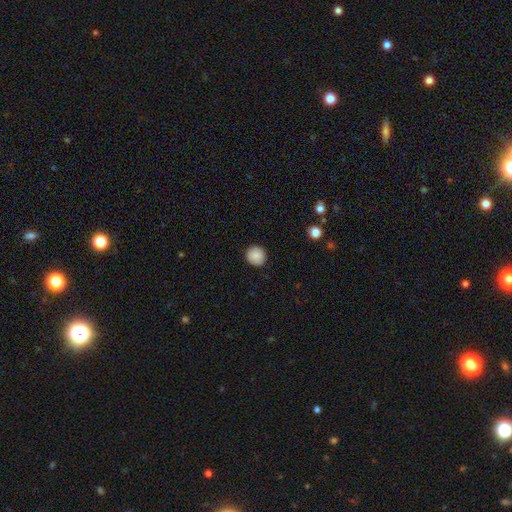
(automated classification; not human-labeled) smooth-or-featured: smooth: 85% | star or artifact: 8% | featured or disk: 7%
  how-rounded: round: 92% | in between: 7% | cigar-shaped: 1%
  merging: none: 90% | minor disturbance: 7% | major disturbance: 2% | merger: 1%